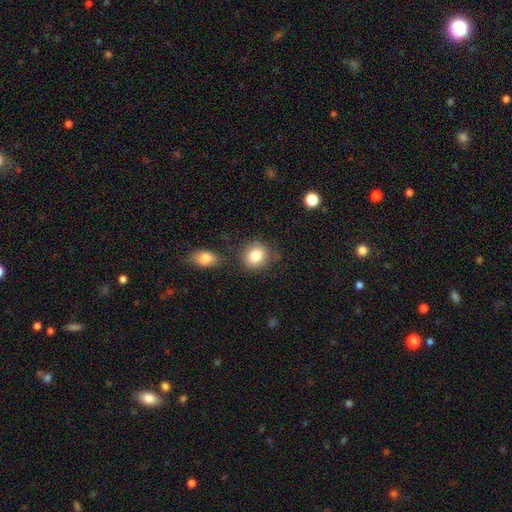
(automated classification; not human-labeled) Q: Smooth or featured?
A: smooth (83%); runner-up: star or artifact (9%)
Q: How rounded?
A: round (72%); runner-up: in between (27%)
Q: Merging?
A: none (77%); runner-up: minor disturbance (12%)